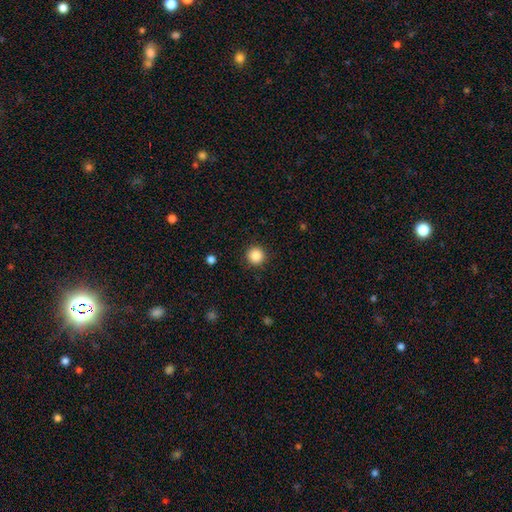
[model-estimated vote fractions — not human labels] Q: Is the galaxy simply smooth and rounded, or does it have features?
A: smooth — 86%.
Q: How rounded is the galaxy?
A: round — 96%.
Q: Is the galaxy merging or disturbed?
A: none — 92%.